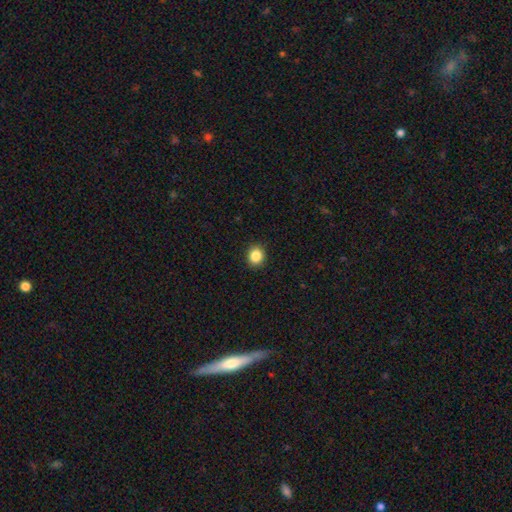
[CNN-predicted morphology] This is clearly a smooth galaxy (86%). How rounded: likely round (74%). Merging: clearly none (91%).